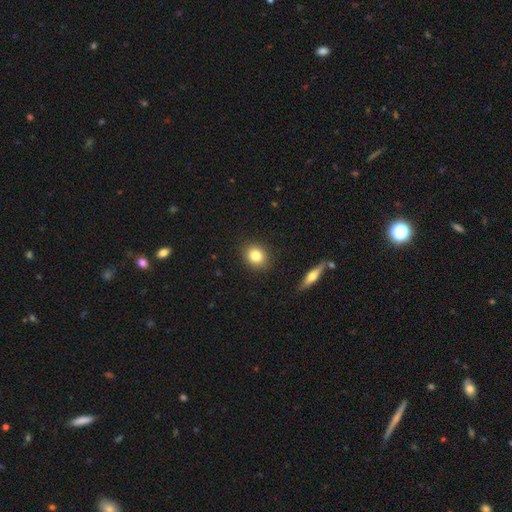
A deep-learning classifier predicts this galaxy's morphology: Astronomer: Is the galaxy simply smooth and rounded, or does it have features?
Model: smooth — 82%.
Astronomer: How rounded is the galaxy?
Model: round — 69%.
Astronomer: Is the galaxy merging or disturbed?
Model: none — 89%.